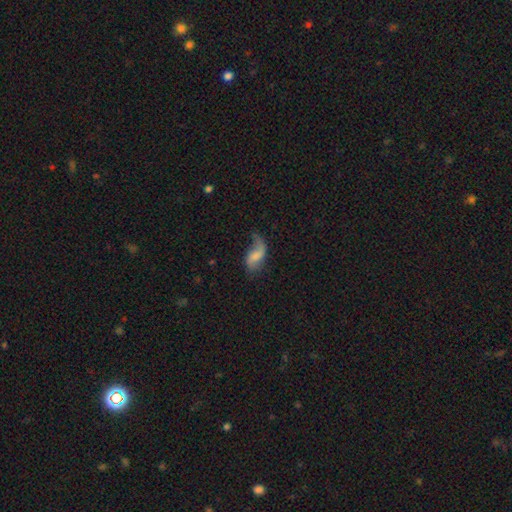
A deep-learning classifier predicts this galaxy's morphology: Smooth or featured?
  - featured or disk: 61% *
  - smooth: 31%
  - star or artifact: 8%
Edge-on disk?
  - no: 96% *
  - yes: 4%
Bar?
  - no: 44% *
  - weak: 42%
  - strong: 14%
Spiral arms?
  - yes: 89% *
  - no: 11%
Spiral winding?
  - loose: 82% *
  - medium: 14%
  - tight: 4%
Spiral arm count?
  - 2: 69% *
  - 1: 26%
  - can't tell: 3%
  - 3: 1%
  - 4: 1%
  - more than 4: 1%
Bulge size?
  - none: 37% *
  - small: 29%
  - moderate: 24%
  - large: 8%
  - dominant: 2%
Merging?
  - none: 43% *
  - minor disturbance: 28%
  - major disturbance: 26%
  - merger: 3%